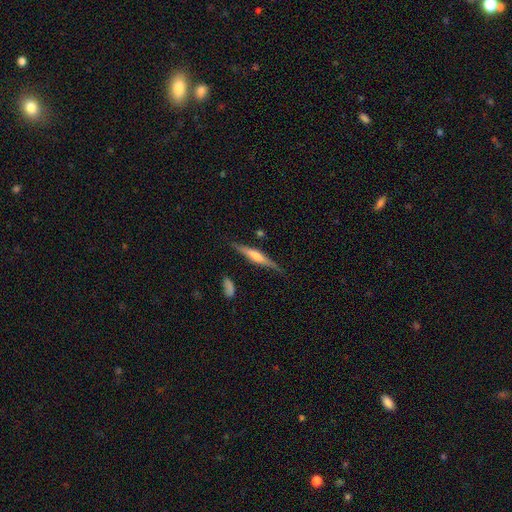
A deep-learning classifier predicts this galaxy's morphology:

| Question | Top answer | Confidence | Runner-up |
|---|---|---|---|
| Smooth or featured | featured or disk | 62% | smooth (32%) |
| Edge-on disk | yes | 97% | no (3%) |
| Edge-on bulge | rounded | 59% | boxy (27%) |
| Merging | none | 82% | minor disturbance (13%) |